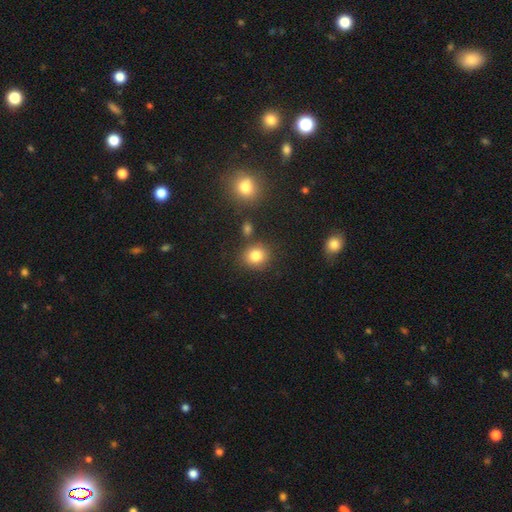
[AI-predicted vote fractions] This appears to be a smooth galaxy with no disk features (83%) that is round (80%). Merging: none (81%).